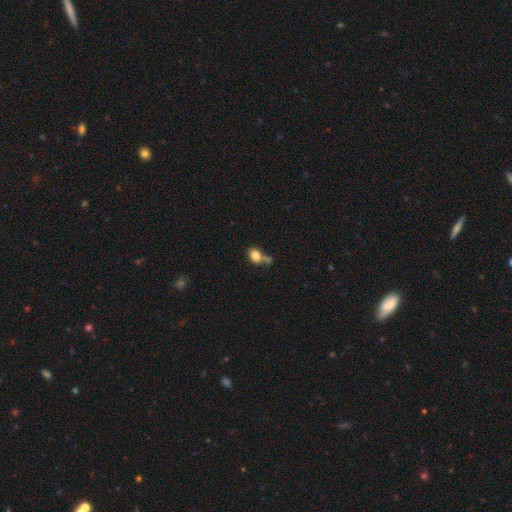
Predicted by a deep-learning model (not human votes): smooth 81%, star or artifact 10%, featured or disk 9%. Down the decision tree: how rounded — in between (67%); merging — none (38%).